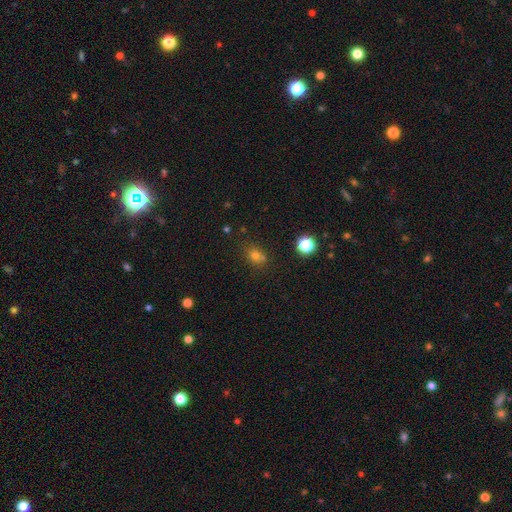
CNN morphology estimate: Smooth or featured?
  - smooth: 71% *
  - star or artifact: 19%
  - featured or disk: 10%
How rounded?
  - round: 56% *
  - in between: 43%
  - cigar-shaped: 1%
Merging?
  - none: 64% *
  - merger: 17%
  - minor disturbance: 14%
  - major disturbance: 4%